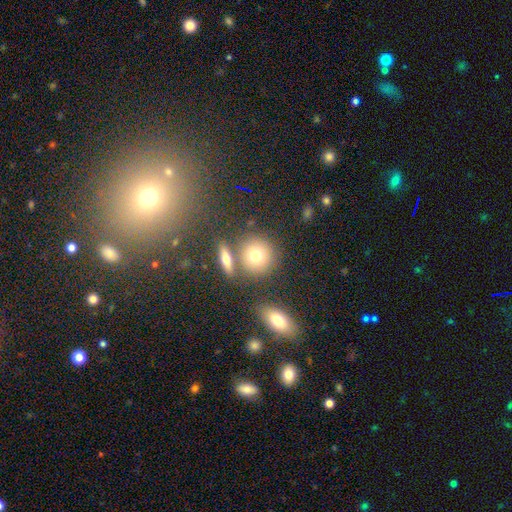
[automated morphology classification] This is likely a smooth galaxy (73%). How rounded: clearly round (84%). Merging: likely none (71%).